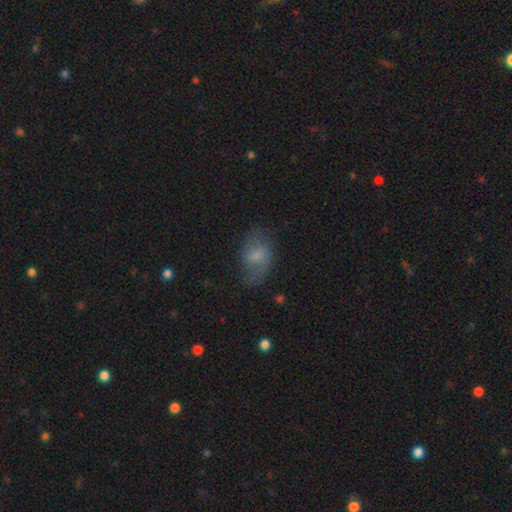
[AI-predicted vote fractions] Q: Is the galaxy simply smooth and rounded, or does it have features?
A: featured or disk — 46%.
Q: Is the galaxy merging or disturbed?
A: none — 62%.